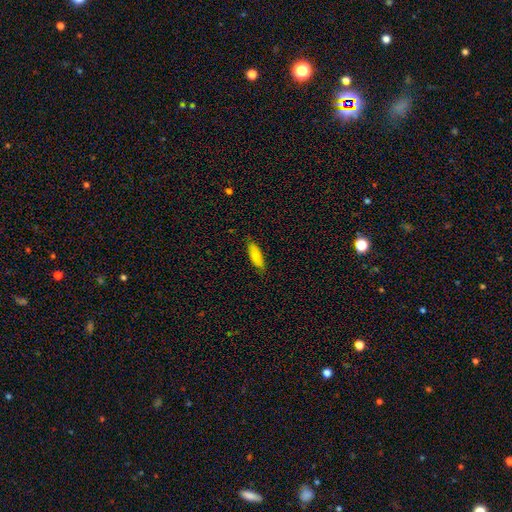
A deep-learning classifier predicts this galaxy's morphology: type=smooth (85%); roundness=in between (57%); merging=none (83%).